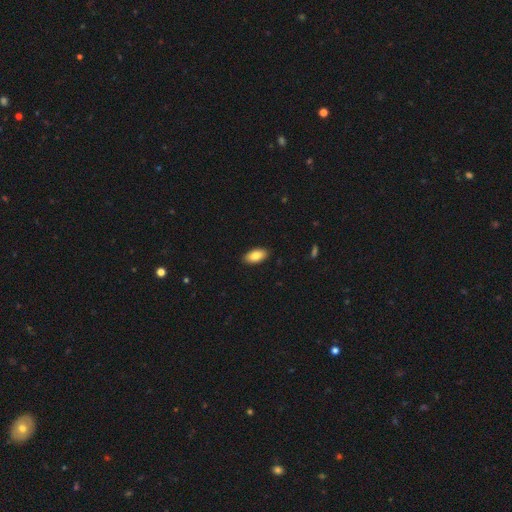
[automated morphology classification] smooth 84%, featured or disk 10%, star or artifact 7%. Down the decision tree: how rounded — in between (94%); merging — none (90%).